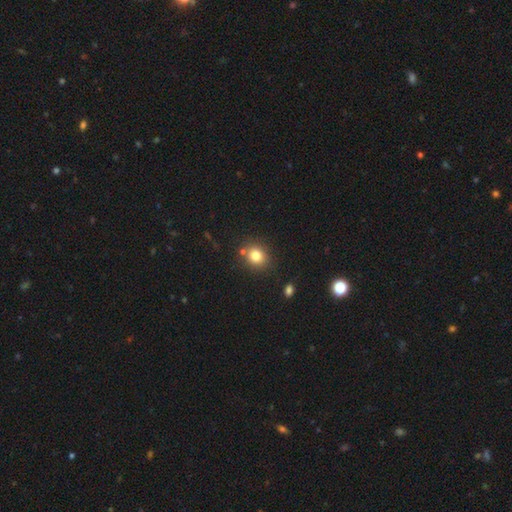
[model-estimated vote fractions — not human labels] Morphology: type=smooth (81%); roundness=round (75%); merging=none (78%).